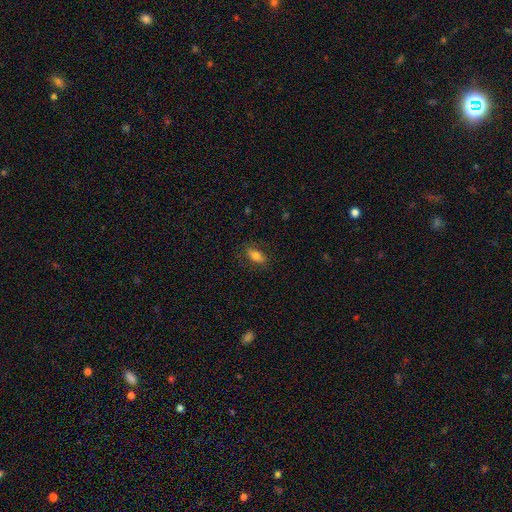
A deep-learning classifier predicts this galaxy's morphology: This appears to be a smooth galaxy with no disk features (80%) that is in between round and cigar-shaped (85%). Merging: none (81%).